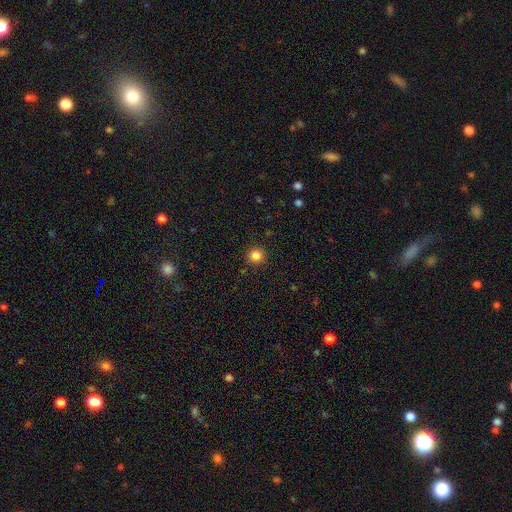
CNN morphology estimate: type=smooth (84%); roundness=round (93%); merging=none (91%).